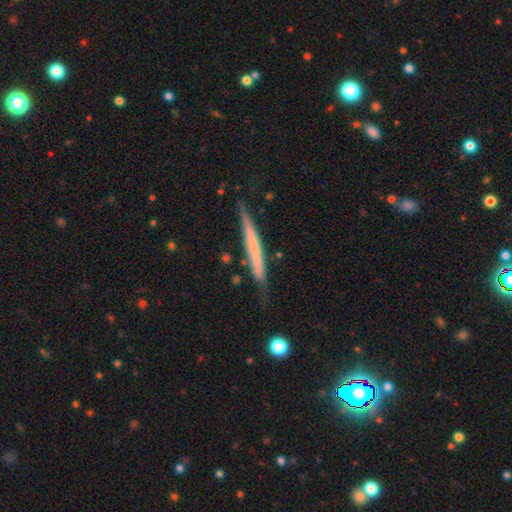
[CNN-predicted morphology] smooth-or-featured: featured or disk: 44% | smooth: 42% | star or artifact: 14%
  merging: none: 85% | minor disturbance: 11% | major disturbance: 2% | merger: 2%